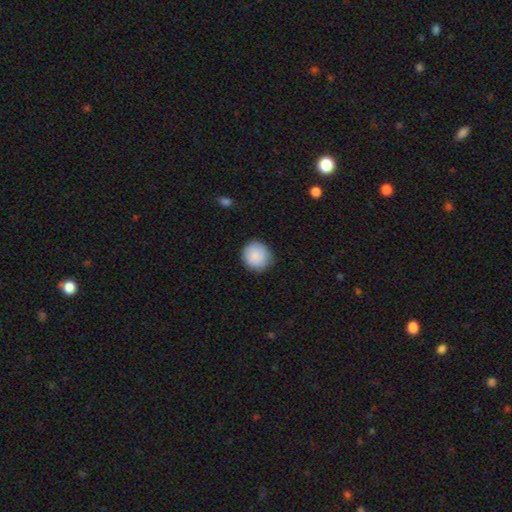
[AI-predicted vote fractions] Smooth or featured? Predicted: smooth (p=0.87). How rounded? Predicted: round (p=0.87). Merging? Predicted: none (p=0.86).